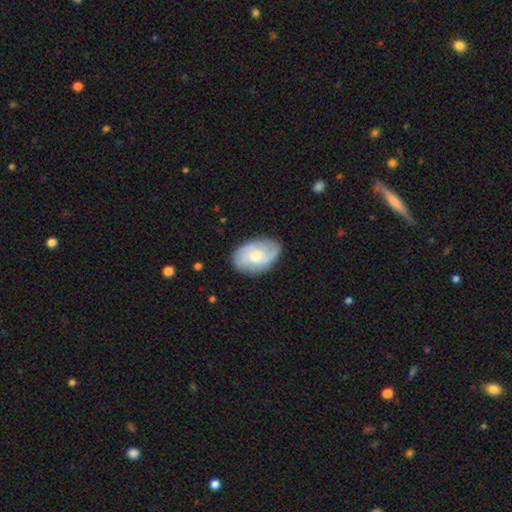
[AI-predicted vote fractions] The model was most divided on "smooth or featured": featured or disk: 51%, smooth: 43%, star or artifact: 6%. More confident: edge-on disk — no (95%); merging — none (79%).